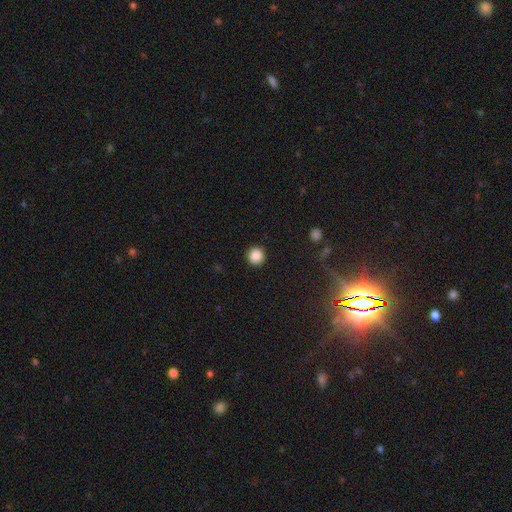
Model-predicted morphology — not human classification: type=smooth (87%); roundness=round (94%); merging=none (91%).